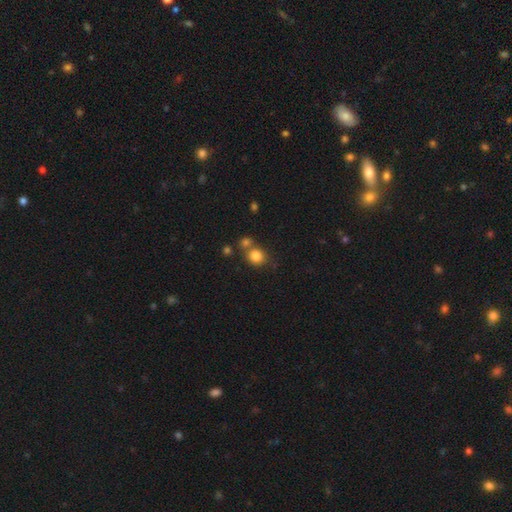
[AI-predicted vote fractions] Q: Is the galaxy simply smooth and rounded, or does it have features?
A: smooth — 82%.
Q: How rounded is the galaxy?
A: round — 82%.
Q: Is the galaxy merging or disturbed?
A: none — 60%.